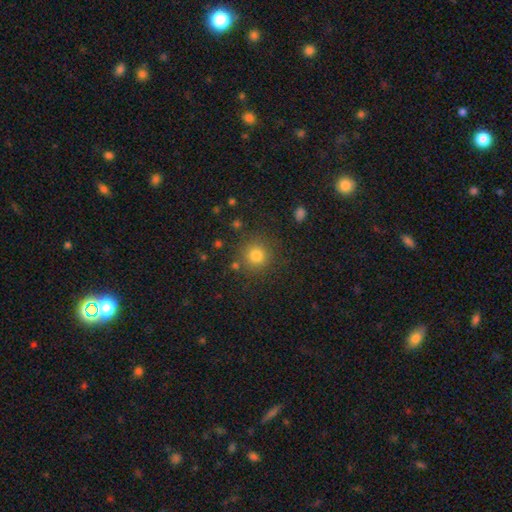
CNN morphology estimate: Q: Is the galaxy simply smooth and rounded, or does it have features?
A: smooth — 79%.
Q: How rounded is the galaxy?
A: round — 93%.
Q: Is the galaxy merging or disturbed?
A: none — 84%.